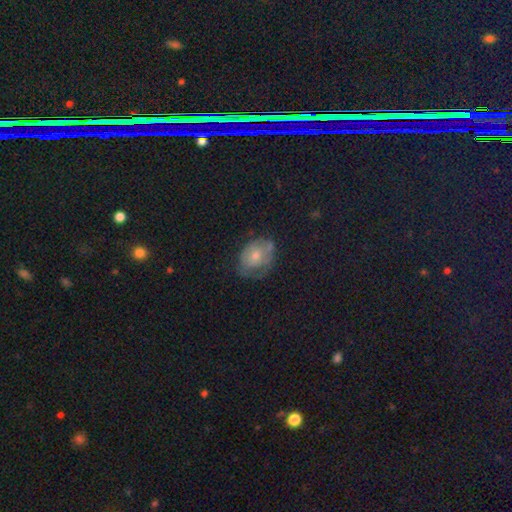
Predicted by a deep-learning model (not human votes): Smooth or featured? smooth (47%)
Merging? none (49%)